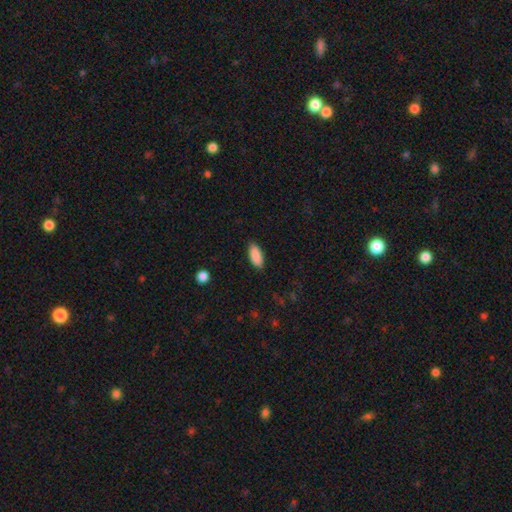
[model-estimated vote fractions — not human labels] The model was most divided on "how rounded": in between: 84%, cigar-shaped: 15%, round: 2%. More confident: smooth or featured — smooth (90%); merging — none (87%).